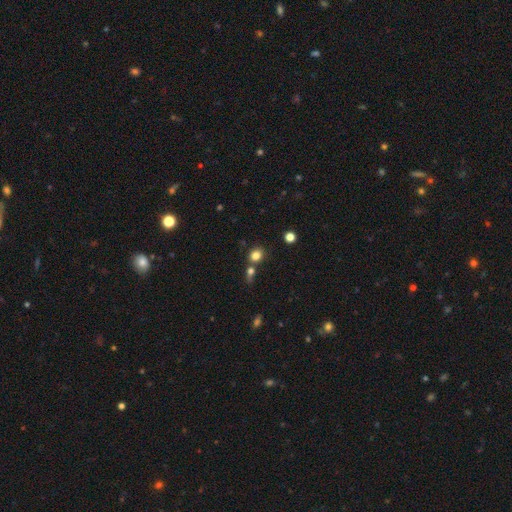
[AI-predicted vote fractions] A smooth galaxy with no disk features (80%) that is round (74%). Merging: none (64%).